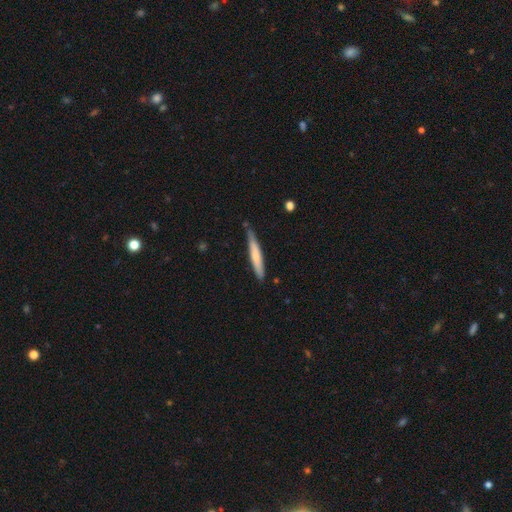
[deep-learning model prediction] smooth-or-featured: smooth: 65% | featured or disk: 30% | star or artifact: 5%
  how-rounded: cigar-shaped: 94% | in between: 5% | round: 1%
  merging: none: 76% | minor disturbance: 19% | major disturbance: 3% | merger: 3%